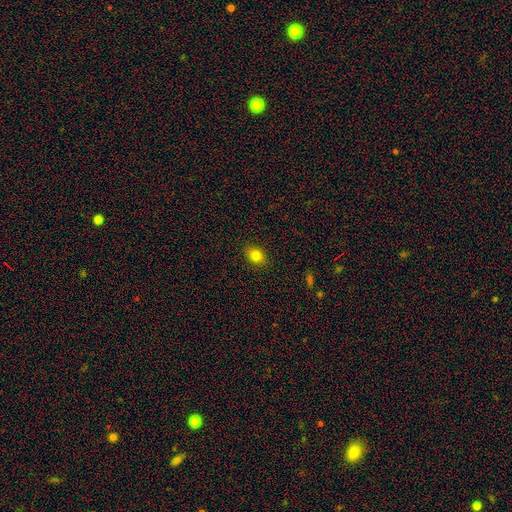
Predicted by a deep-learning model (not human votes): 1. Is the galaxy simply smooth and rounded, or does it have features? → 81% smooth, 11% star or artifact, 7% featured or disk.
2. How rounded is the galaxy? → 60% in between, 39% round, 1% cigar-shaped.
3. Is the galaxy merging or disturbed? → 89% none, 8% minor disturbance, 2% major disturbance, 1% merger.